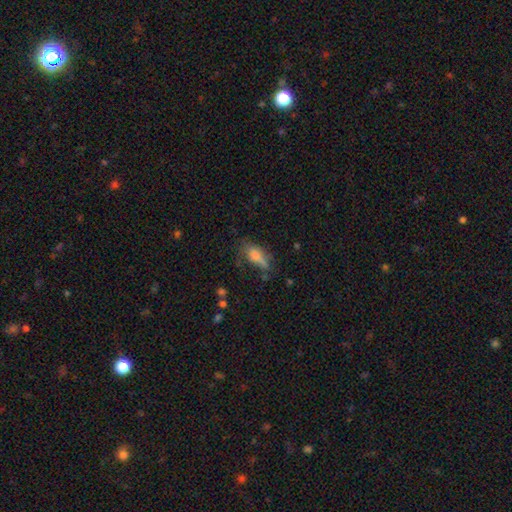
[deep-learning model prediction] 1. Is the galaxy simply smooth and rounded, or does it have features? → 72% smooth, 16% featured or disk, 12% star or artifact.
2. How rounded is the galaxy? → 72% in between, 23% cigar-shaped, 5% round.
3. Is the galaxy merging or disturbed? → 43% none, 31% minor disturbance, 20% major disturbance, 5% merger.